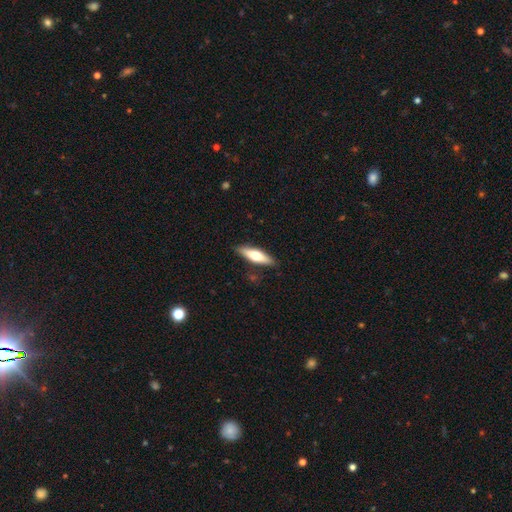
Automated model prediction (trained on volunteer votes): This appears to be a smooth galaxy with no disk features (54%) that is cigar-shaped (59%). Merging: none (87%).